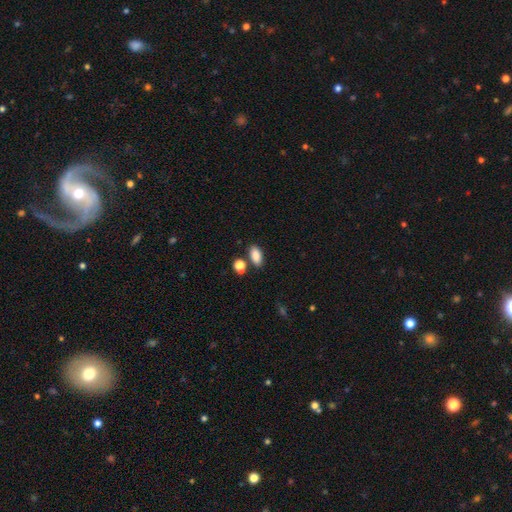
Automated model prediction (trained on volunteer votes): smooth_or_featured: smooth (p=0.87) [alt: star or artifact p=0.09]
how_rounded: in between (p=0.89) [alt: round p=0.06]
merging: none (p=0.75) [alt: minor disturbance p=0.11]